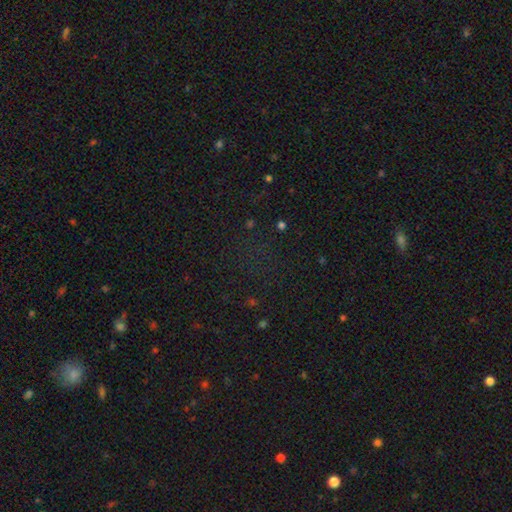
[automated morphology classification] smooth-or-featured: star or artifact: 67% | smooth: 23% | featured or disk: 11%